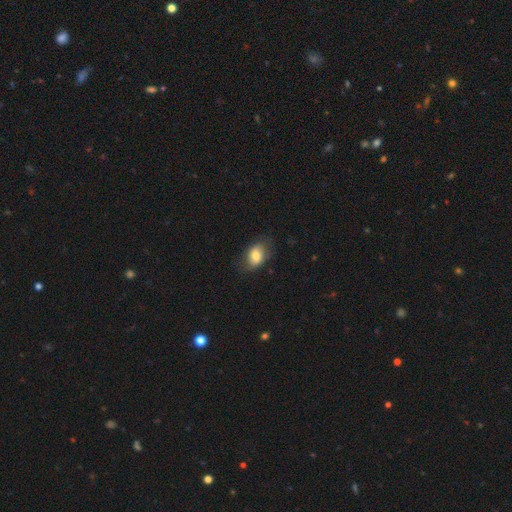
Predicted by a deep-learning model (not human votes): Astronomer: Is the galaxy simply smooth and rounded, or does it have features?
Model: smooth — 77%.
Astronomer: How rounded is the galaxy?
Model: in between — 82%.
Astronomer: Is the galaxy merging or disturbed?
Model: none — 71%.